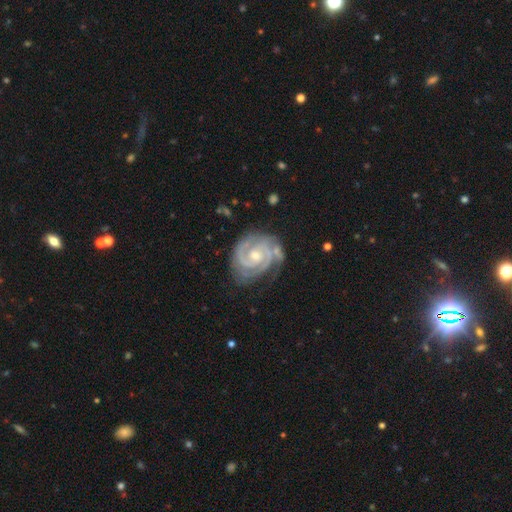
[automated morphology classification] Smooth or featured? Predicted: featured or disk (p=0.92). Edge-on disk? Predicted: no (p=0.98). Bar? Predicted: no (p=0.63). Spiral arms? Predicted: yes (p=0.98). Spiral winding? Predicted: tight (p=0.72). Spiral arm count? Predicted: 2 (p=0.61). Bulge size? Predicted: small (p=0.51). Merging? Predicted: none (p=0.69).